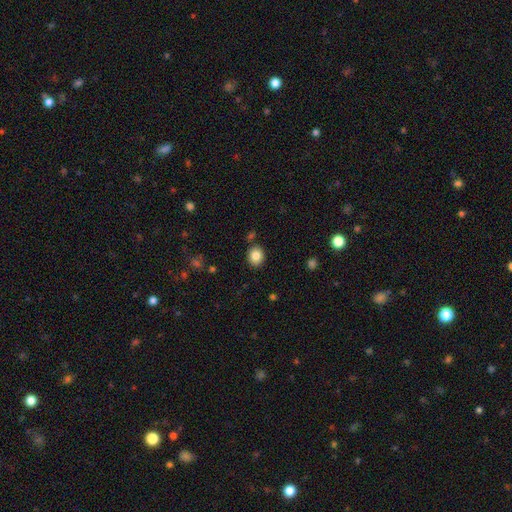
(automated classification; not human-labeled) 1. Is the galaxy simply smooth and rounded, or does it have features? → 84% smooth, 9% star or artifact, 6% featured or disk.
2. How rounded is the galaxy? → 61% round, 38% in between, 1% cigar-shaped.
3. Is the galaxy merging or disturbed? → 84% none, 10% minor disturbance, 4% merger, 2% major disturbance.